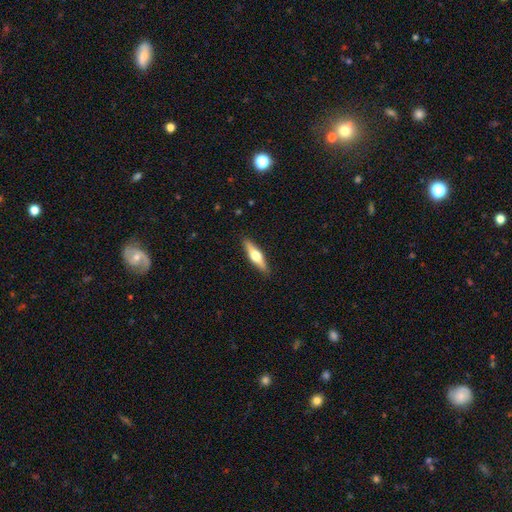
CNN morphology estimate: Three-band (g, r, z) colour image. It shows a featured or disk galaxy (57%) viewed edge-on (96%) with a rounded central bulge (95%). Merging: none (91%).